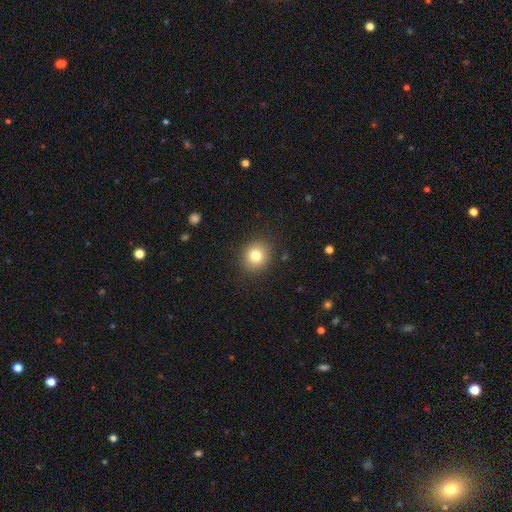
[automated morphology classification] Q: Smooth or featured?
A: smooth (80%); runner-up: star or artifact (11%)
Q: How rounded?
A: round (83%); runner-up: in between (16%)
Q: Merging?
A: none (89%); runner-up: minor disturbance (7%)